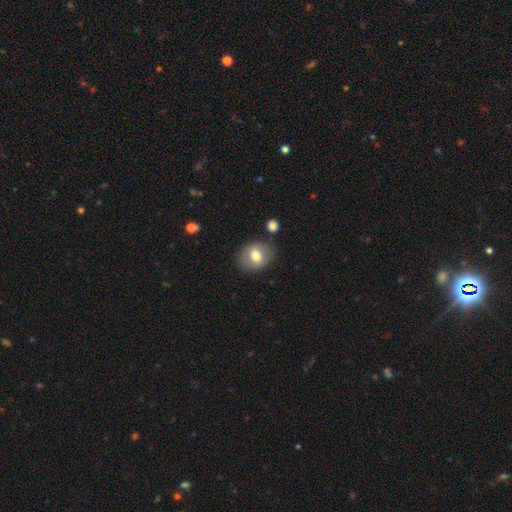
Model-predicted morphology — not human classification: smooth-or-featured: smooth: 72% | featured or disk: 20% | star or artifact: 8%
  how-rounded: round: 52% | in between: 47% | cigar-shaped: 1%
  merging: none: 81% | minor disturbance: 12% | merger: 4% | major disturbance: 4%